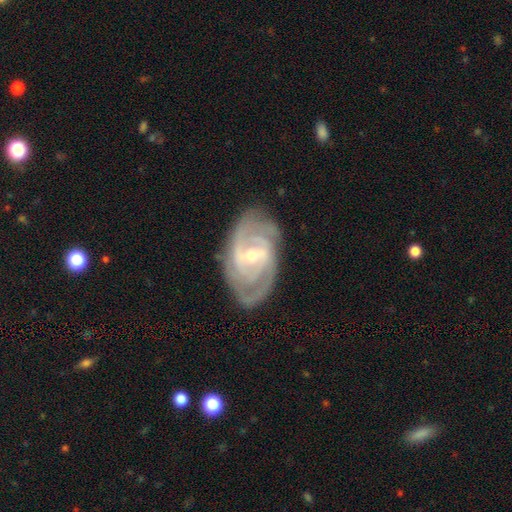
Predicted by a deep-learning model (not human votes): Q: Smooth or featured?
A: featured or disk (88%); runner-up: smooth (7%)
Q: Edge-on disk?
A: no (96%); runner-up: yes (4%)
Q: Bar?
A: weak (49%); runner-up: strong (30%)
Q: Spiral arms?
A: yes (97%); runner-up: no (3%)
Q: Spiral winding?
A: tight (59%); runner-up: medium (35%)
Q: Spiral arm count?
A: 2 (38%); runner-up: 3 (24%)
Q: Bulge size?
A: small (60%); runner-up: moderate (37%)
Q: Merging?
A: none (79%); runner-up: minor disturbance (15%)